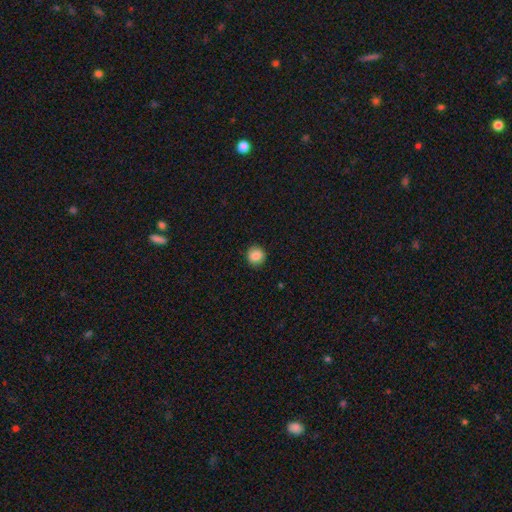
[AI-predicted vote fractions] This appears to be a smooth galaxy with no disk features (86%) that is round (89%). Merging: none (88%).